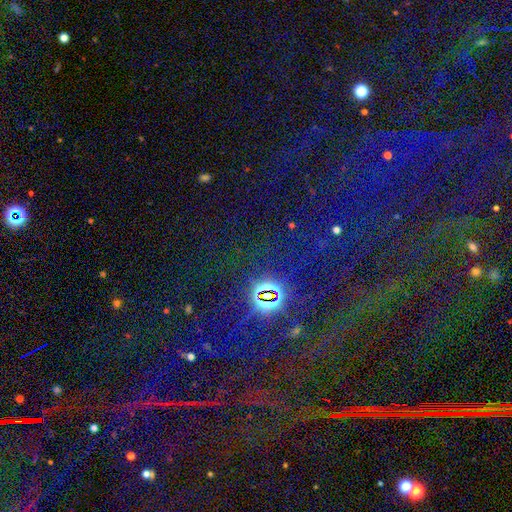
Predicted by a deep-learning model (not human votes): A star or artifact, not a galaxy (81%).

Vote fractions:
- Smooth or featured? star or artifact: 81% / smooth: 11% / featured or disk: 8%